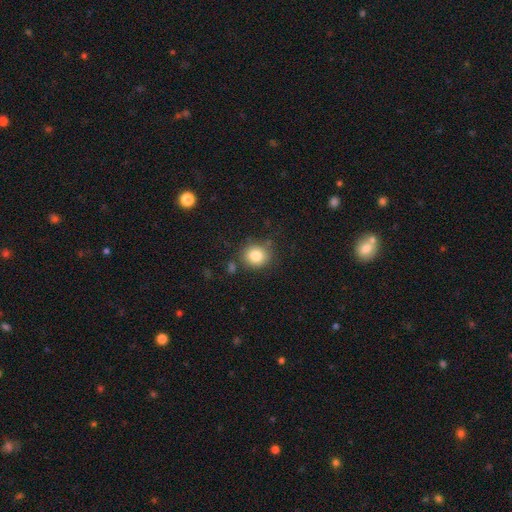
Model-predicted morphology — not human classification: The model was most divided on "how rounded": round: 83%, in between: 16%, cigar-shaped: 1%. More confident: smooth or featured — smooth (82%); merging — none (80%).